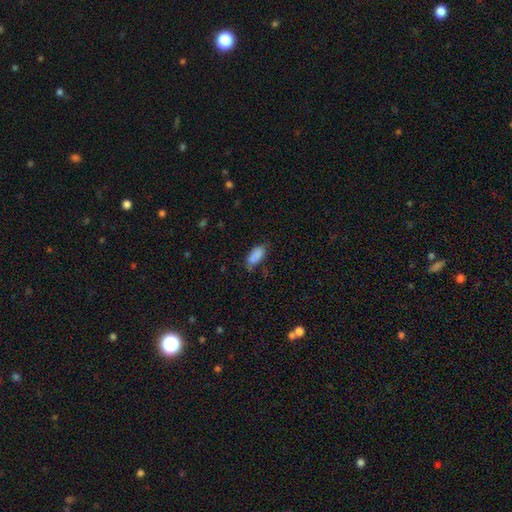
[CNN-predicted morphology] Smooth or featured?
  - smooth: 86% *
  - star or artifact: 7%
  - featured or disk: 7%
How rounded?
  - in between: 88% *
  - cigar-shaped: 10%
  - round: 2%
Merging?
  - none: 66% *
  - minor disturbance: 26%
  - major disturbance: 6%
  - merger: 2%